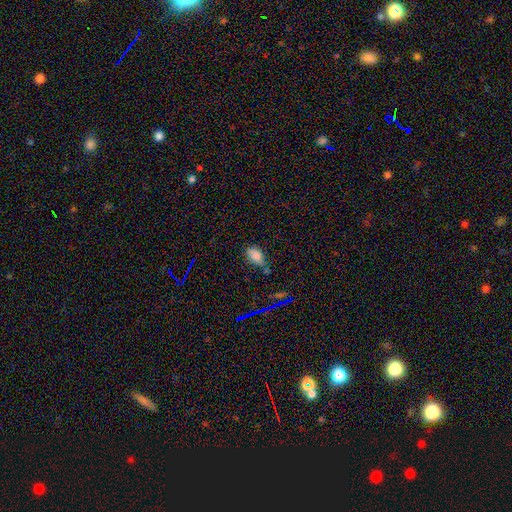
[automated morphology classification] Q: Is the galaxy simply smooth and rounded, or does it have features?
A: smooth — 76%.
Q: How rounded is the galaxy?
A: in between — 89%.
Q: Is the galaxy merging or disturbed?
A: none — 54%.